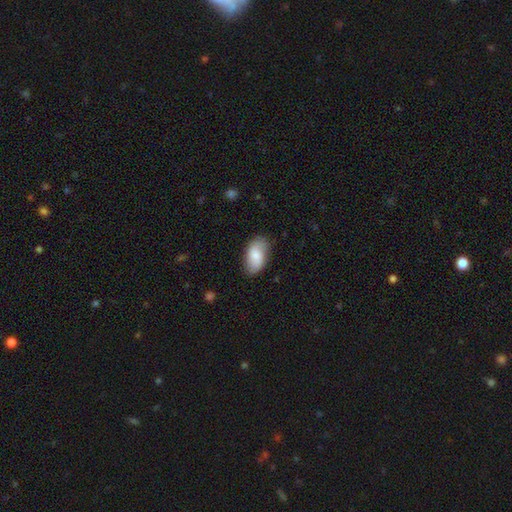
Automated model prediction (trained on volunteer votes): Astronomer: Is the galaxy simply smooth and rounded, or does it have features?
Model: smooth — 74%.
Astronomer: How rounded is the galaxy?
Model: in between — 94%.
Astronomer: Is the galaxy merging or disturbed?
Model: none — 78%.